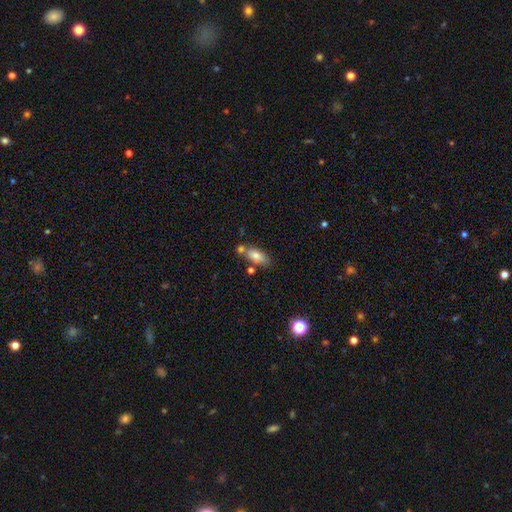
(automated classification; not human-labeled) Q: Smooth or featured?
A: smooth (76%); runner-up: featured or disk (16%)
Q: How rounded?
A: in between (84%); runner-up: cigar-shaped (13%)
Q: Merging?
A: none (54%); runner-up: merger (26%)